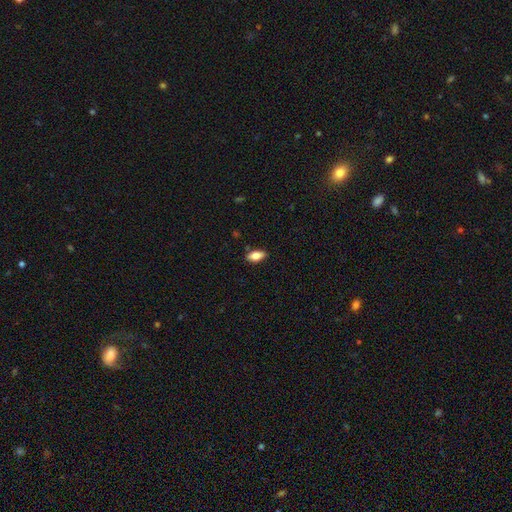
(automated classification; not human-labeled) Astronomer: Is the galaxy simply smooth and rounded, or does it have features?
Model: smooth — 78%.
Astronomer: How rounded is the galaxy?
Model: in between — 87%.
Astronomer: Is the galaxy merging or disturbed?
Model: none — 86%.